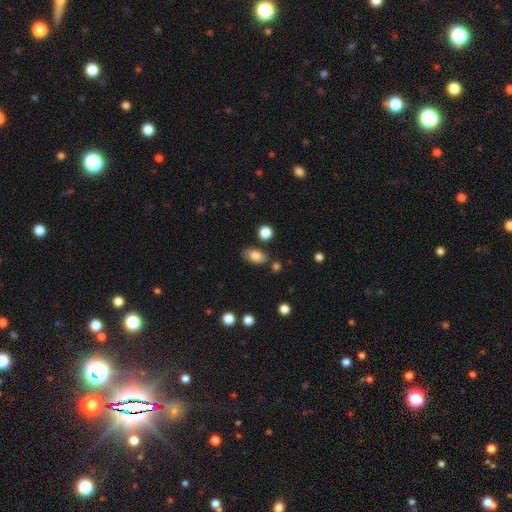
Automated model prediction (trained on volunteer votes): smooth 81%, featured or disk 11%, star or artifact 9%. Down the decision tree: how rounded — in between (89%); merging — none (78%).